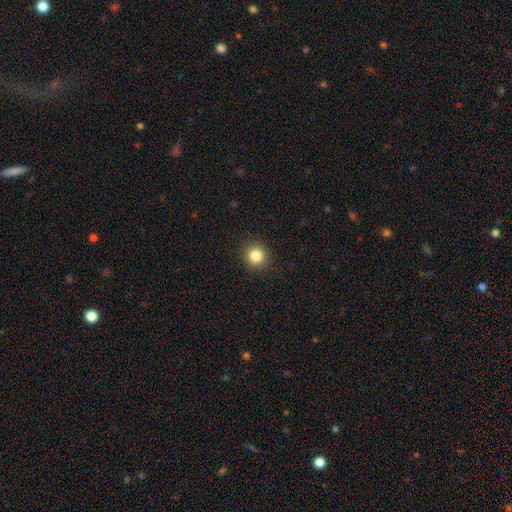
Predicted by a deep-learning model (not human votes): Smooth or featured? smooth (84%)
How rounded? round (92%)
Merging? none (92%)